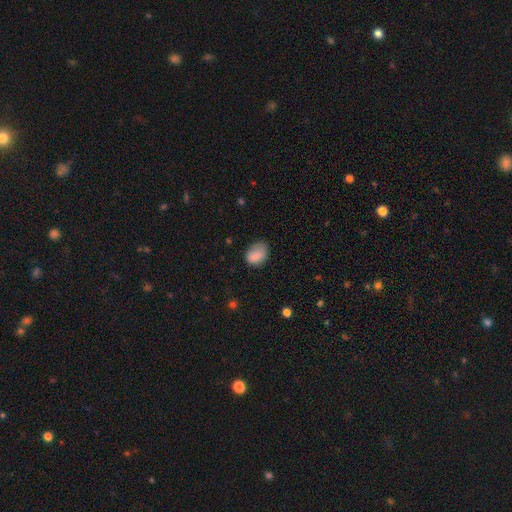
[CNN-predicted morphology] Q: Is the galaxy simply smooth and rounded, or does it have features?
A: smooth — 84%.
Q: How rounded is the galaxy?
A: in between — 75%.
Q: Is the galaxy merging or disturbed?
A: none — 55%.